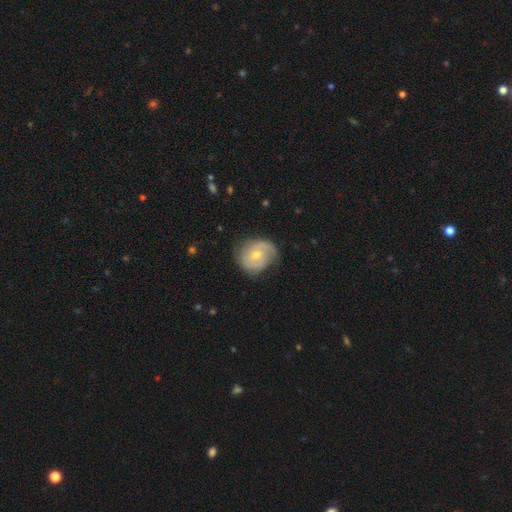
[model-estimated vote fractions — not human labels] Morphology: type=featured or disk (62%); edge-on=no (97%); bar=no (69%); spiral arms=yes (86%); winding=tight (44%); arm count=2 (56%); bulge=moderate (51%); merging=none (66%).